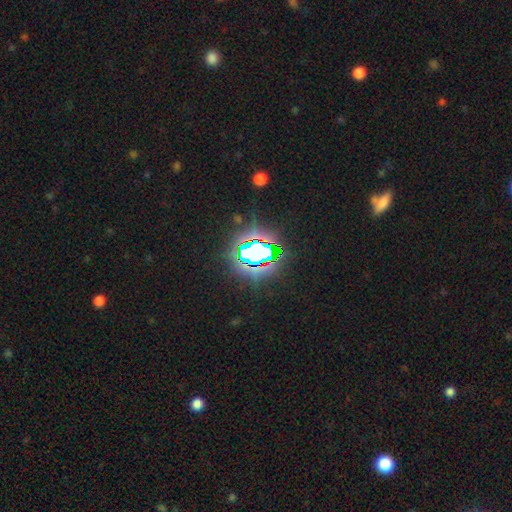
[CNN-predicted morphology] type=star or artifact (72%).